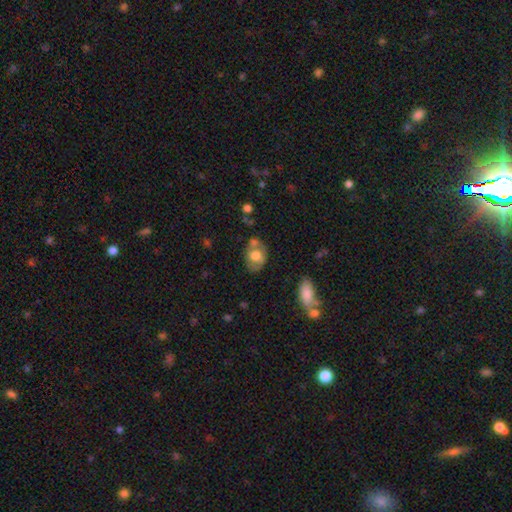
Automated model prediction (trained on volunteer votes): A smooth galaxy with no disk features (64%) that is in between round and cigar-shaped (67%).

Vote fractions:
- Smooth or featured? smooth: 64% / featured or disk: 28% / star or artifact: 8%
- How rounded? in between: 67% / round: 32% / cigar-shaped: 1%
- Merging? none: 52% / merger: 21% / minor disturbance: 20% / major disturbance: 6%